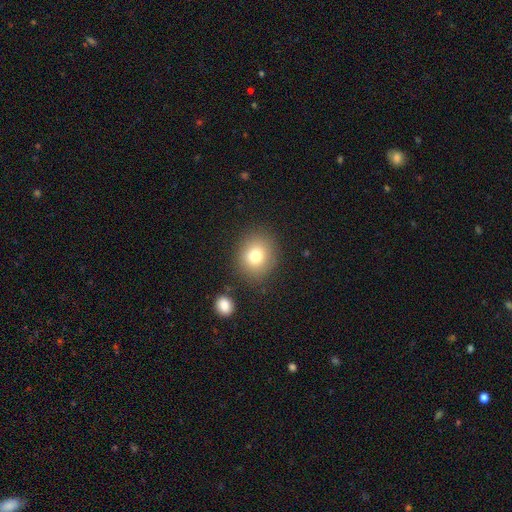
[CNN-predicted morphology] smooth-or-featured: smooth: 78% | star or artifact: 12% | featured or disk: 11%
  how-rounded: round: 73% | in between: 26% | cigar-shaped: 1%
  merging: none: 83% | minor disturbance: 10% | major disturbance: 4% | merger: 3%